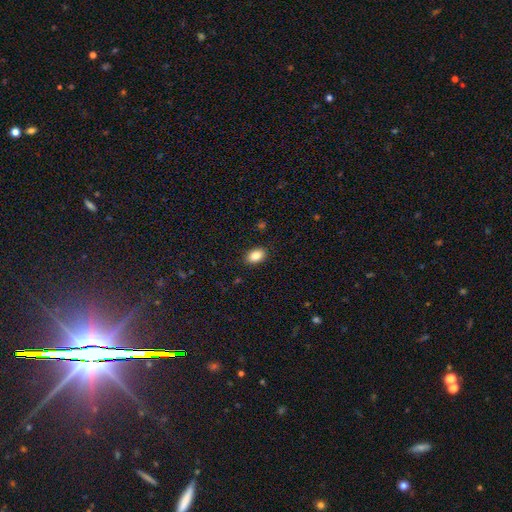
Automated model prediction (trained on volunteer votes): This is clearly a smooth galaxy (87%). How rounded: clearly in between (88%). Merging: clearly none (88%).